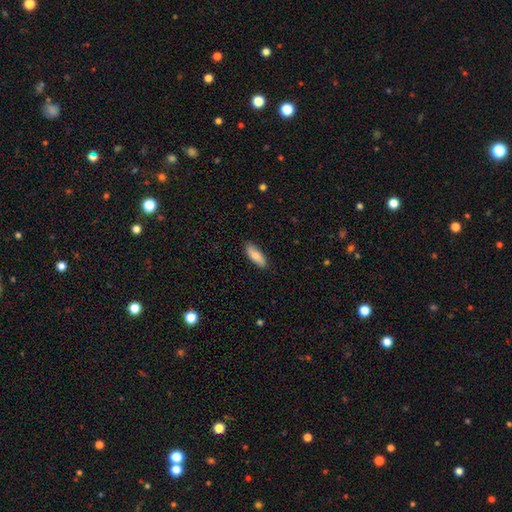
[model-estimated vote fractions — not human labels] Smooth or featured? Predicted: smooth (p=0.84). How rounded? Predicted: in between (p=0.65). Merging? Predicted: none (p=0.87).